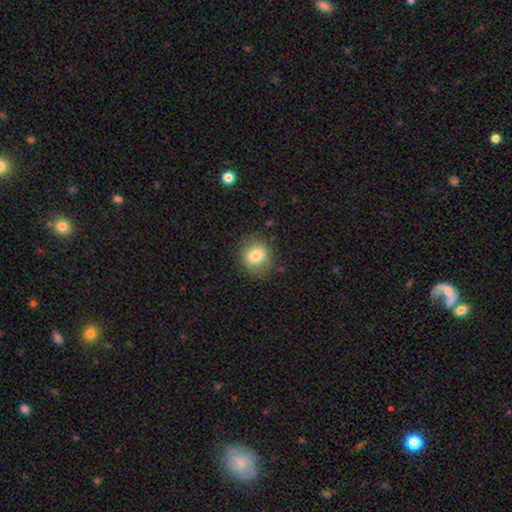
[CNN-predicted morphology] Smooth or featured? smooth (79%)
How rounded? round (71%)
Merging? none (79%)